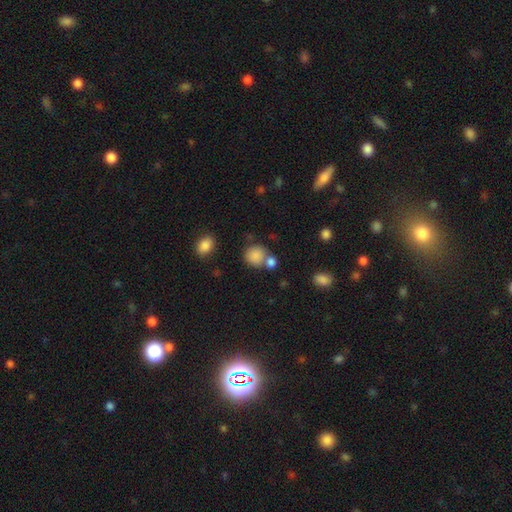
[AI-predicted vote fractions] Smooth or featured? Predicted: smooth (p=0.85). How rounded? Predicted: round (p=0.82). Merging? Predicted: none (p=0.57).